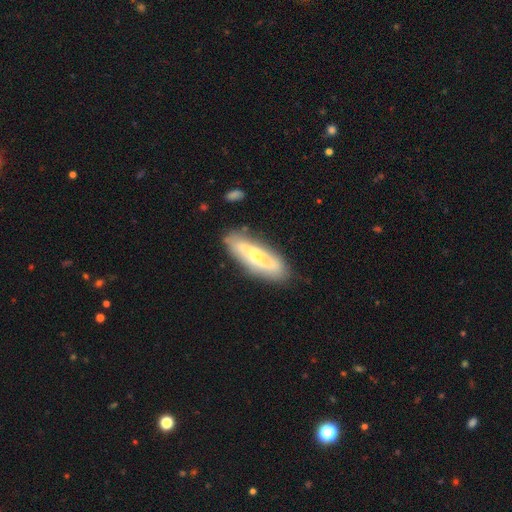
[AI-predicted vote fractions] Smooth or featured?
  - featured or disk: 52% *
  - smooth: 41%
  - star or artifact: 7%
Edge-on disk?
  - no: 73% *
  - yes: 27%
Merging?
  - none: 73% *
  - minor disturbance: 18%
  - major disturbance: 5%
  - merger: 4%